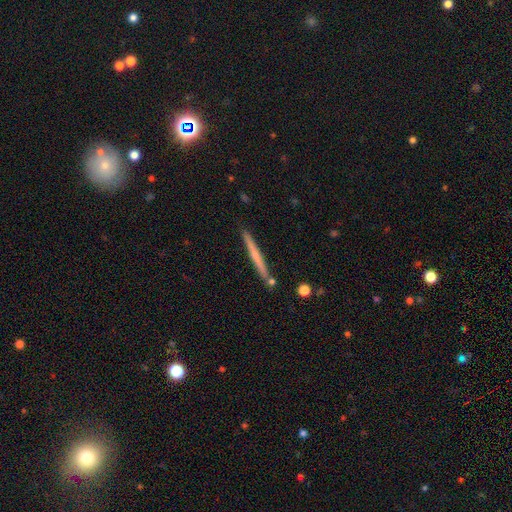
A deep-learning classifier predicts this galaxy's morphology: A featured or disk galaxy (48%). Merging: none (87%).